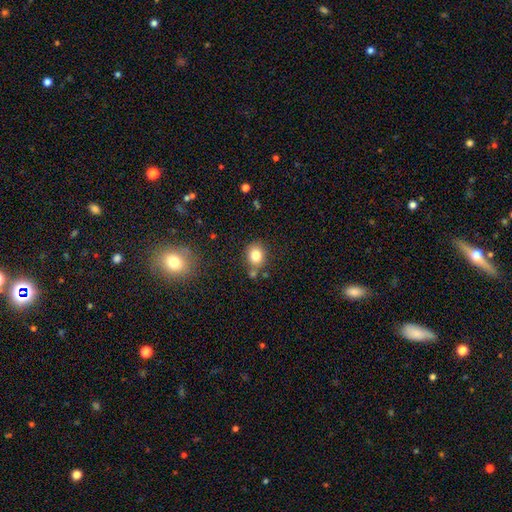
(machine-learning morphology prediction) Smooth or featured: smooth — 82% (star or artifact — 11%)
How rounded: round — 62% (in between — 37%)
Merging: none — 73% (minor disturbance — 13%)